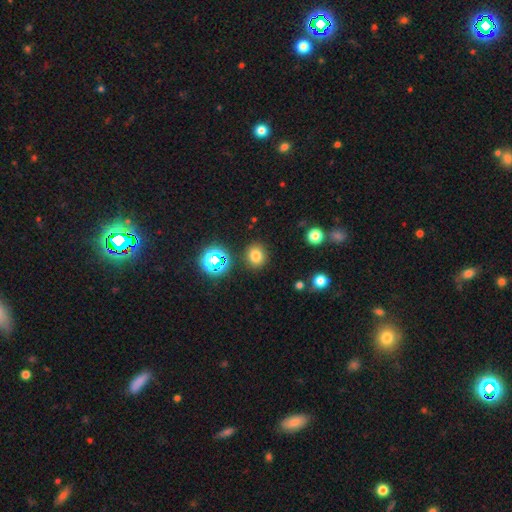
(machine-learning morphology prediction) smooth_or_featured: smooth (p=0.75) [alt: star or artifact p=0.19]
how_rounded: round (p=0.78) [alt: in between p=0.21]
merging: none (p=0.87) [alt: minor disturbance p=0.07]